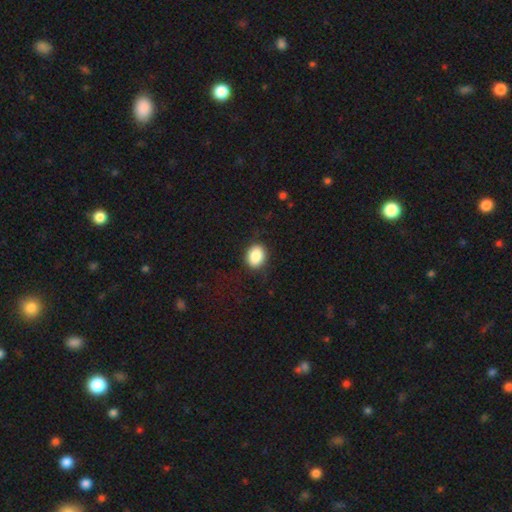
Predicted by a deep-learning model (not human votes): A smooth galaxy with no disk features (88%) that is in between round and cigar-shaped (59%).

Vote fractions:
- Smooth or featured? smooth: 88% / star or artifact: 8% / featured or disk: 5%
- How rounded? in between: 59% / round: 40% / cigar-shaped: 1%
- Merging? none: 83% / minor disturbance: 12% / major disturbance: 4% / merger: 1%